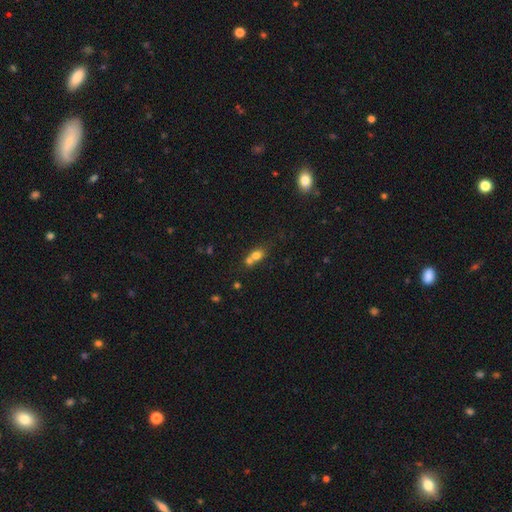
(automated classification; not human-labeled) Smooth or featured? smooth (73%)
How rounded? round (51%)
Merging? merger (58%)